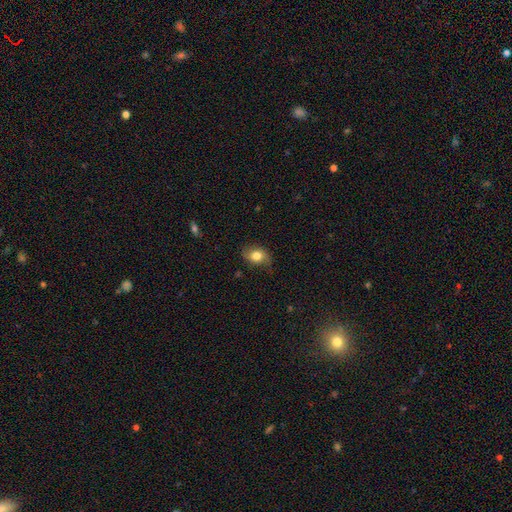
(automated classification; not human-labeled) A smooth galaxy with no disk features (73%) that is in between round and cigar-shaped (73%).

Vote fractions:
- Smooth or featured? smooth: 73% / featured or disk: 19% / star or artifact: 9%
- How rounded? in between: 73% / round: 26% / cigar-shaped: 2%
- Merging? none: 71% / minor disturbance: 22% / major disturbance: 6% / merger: 1%